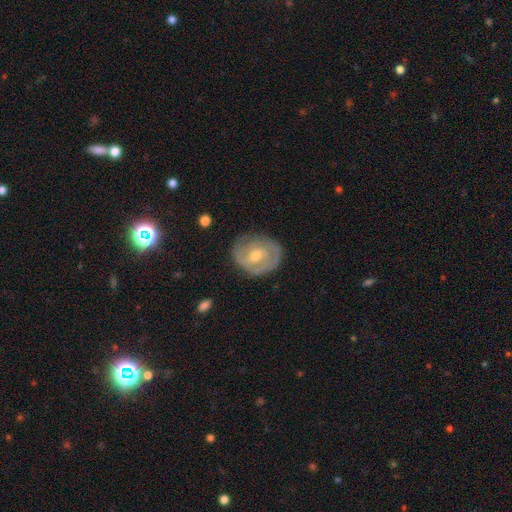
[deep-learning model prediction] This appears to be a featured or disk galaxy (72%) with a weak bar (47%), 2 (58%) tight (54%) spiral arms (80%) and a moderate central bulge (58%). Merging: none (75%).